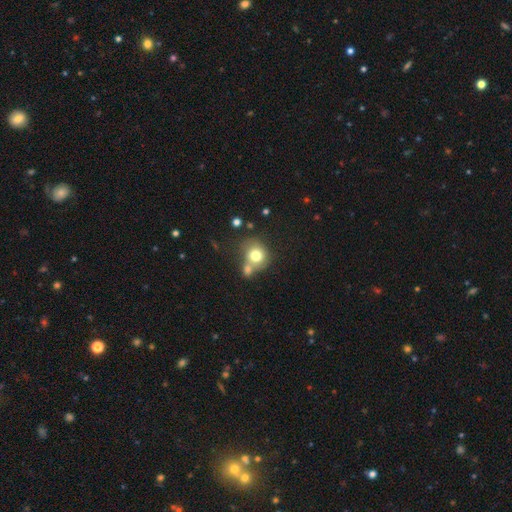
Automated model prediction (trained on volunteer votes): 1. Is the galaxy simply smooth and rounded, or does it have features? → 76% smooth, 14% featured or disk, 10% star or artifact.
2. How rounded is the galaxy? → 77% round, 22% in between, 1% cigar-shaped.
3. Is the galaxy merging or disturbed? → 40% merger (tied), 40% none (tied), 13% minor disturbance, 6% major disturbance.